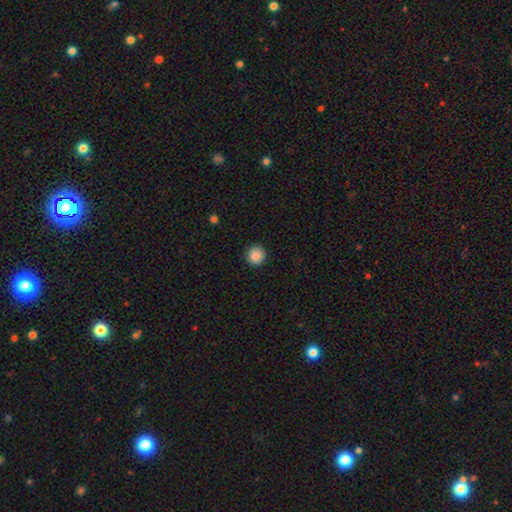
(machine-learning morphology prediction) smooth 87%, star or artifact 9%, featured or disk 3%. Down the decision tree: how rounded — round (93%); merging — none (92%).